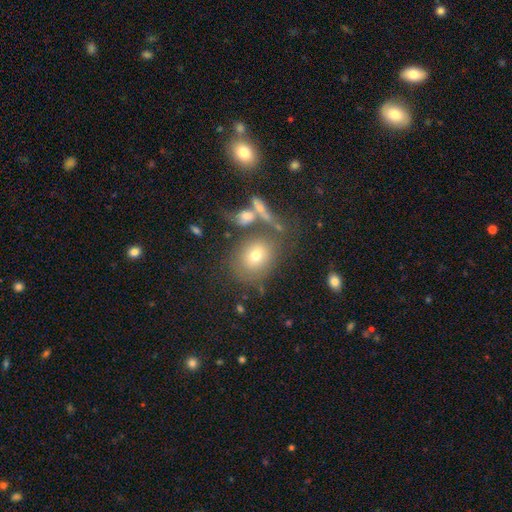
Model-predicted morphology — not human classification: A smooth galaxy with no disk features (65%) that is round (58%). Merging: none (63%).